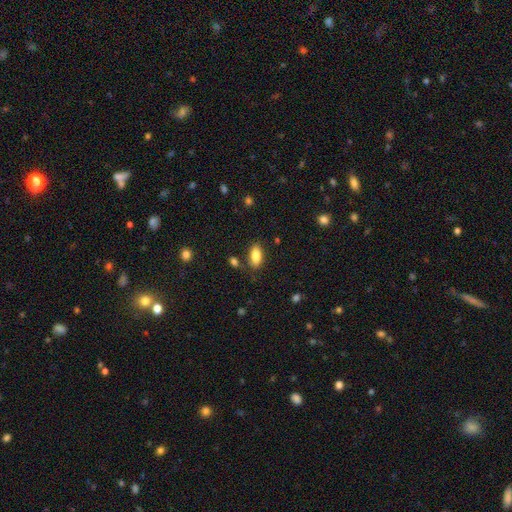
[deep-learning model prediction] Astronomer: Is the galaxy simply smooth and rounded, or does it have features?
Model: smooth — 84%.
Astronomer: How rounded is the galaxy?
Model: in between — 87%.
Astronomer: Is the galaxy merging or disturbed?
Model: none — 82%.